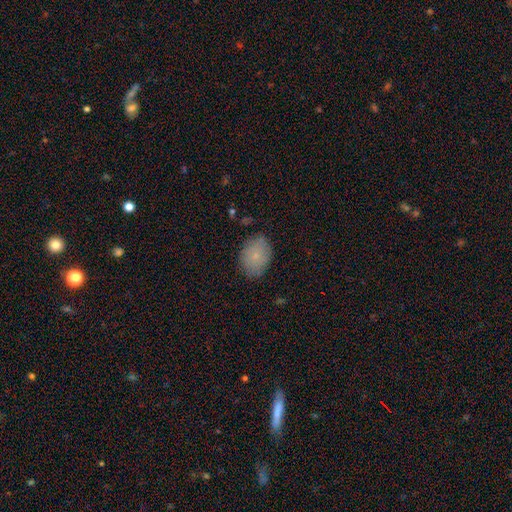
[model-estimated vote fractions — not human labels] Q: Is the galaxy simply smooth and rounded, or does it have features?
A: smooth — 79%.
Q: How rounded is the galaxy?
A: in between — 76%.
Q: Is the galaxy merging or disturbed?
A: none — 80%.